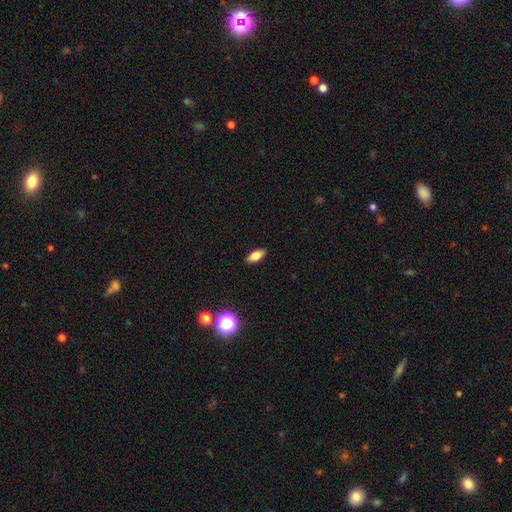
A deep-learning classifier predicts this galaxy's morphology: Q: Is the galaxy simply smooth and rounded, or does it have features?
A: smooth — 78%.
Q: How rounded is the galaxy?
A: in between — 83%.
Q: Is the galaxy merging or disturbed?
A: none — 89%.